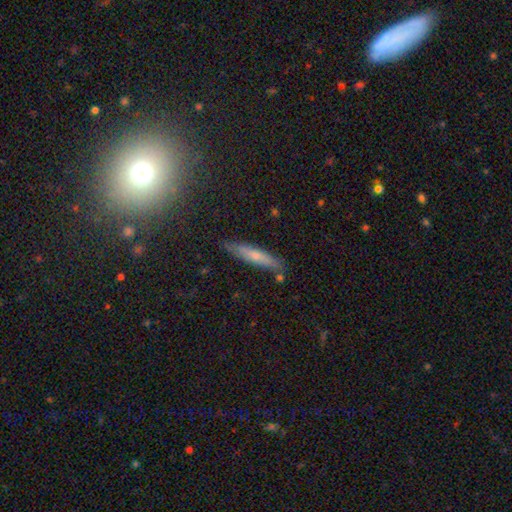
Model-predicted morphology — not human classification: Smooth or featured?
  - smooth: 60% *
  - featured or disk: 32%
  - star or artifact: 8%
How rounded?
  - cigar-shaped: 89% *
  - in between: 10%
  - round: 2%
Merging?
  - none: 82% *
  - minor disturbance: 13%
  - merger: 3%
  - major disturbance: 2%